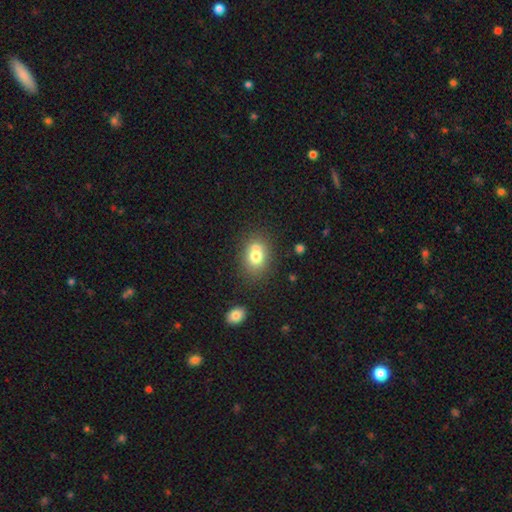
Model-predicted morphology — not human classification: This appears to be a smooth galaxy with no disk features (74%) that is in between round and cigar-shaped (57%). Merging: none (55%).